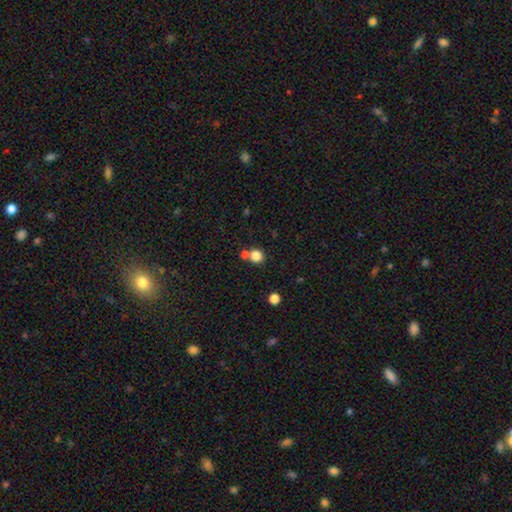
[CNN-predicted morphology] smooth 83%, star or artifact 11%, featured or disk 5%. Down the decision tree: how rounded — round (85%); merging — none (61%).